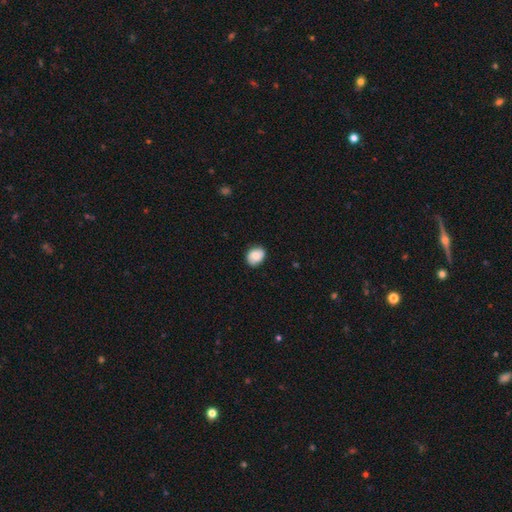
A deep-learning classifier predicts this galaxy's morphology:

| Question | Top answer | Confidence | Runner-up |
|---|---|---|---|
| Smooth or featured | smooth | 81% | featured or disk (11%) |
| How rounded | in between | 52% | round (48%) |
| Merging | none | 83% | minor disturbance (13%) |